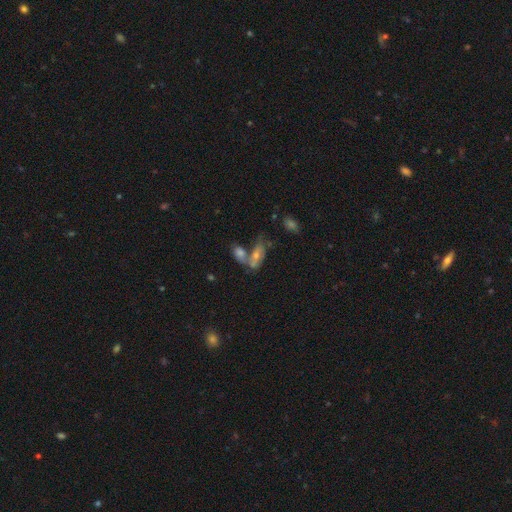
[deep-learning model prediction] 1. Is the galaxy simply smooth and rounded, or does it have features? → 53% smooth, 34% featured or disk, 13% star or artifact.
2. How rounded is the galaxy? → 81% in between, 12% cigar-shaped, 7% round.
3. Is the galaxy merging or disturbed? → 53% merger, 28% none, 12% minor disturbance, 8% major disturbance.